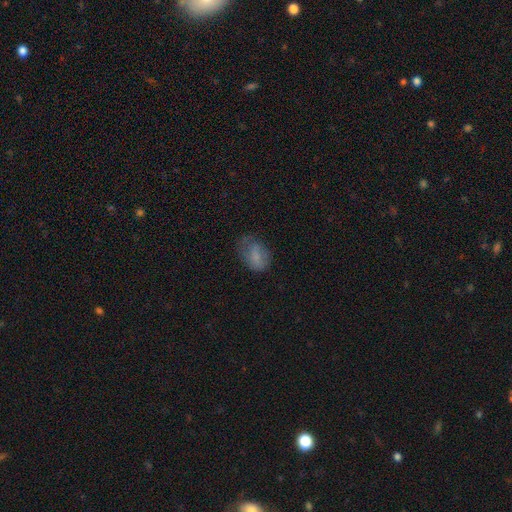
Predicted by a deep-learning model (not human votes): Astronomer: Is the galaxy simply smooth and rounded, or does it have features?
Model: smooth — 72%.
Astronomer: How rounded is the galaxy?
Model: in between — 80%.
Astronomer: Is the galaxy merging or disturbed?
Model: none — 44% (runner-up: minor disturbance, 33%).